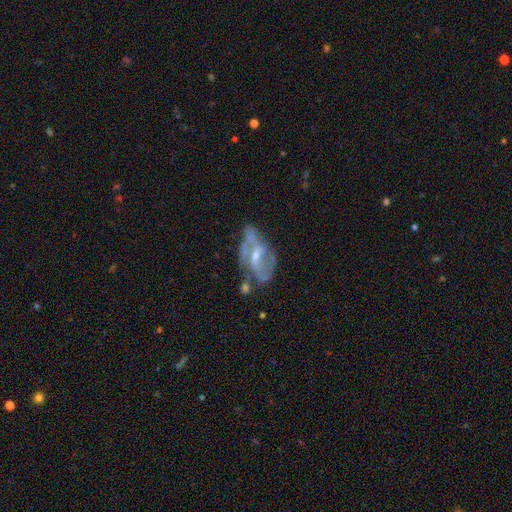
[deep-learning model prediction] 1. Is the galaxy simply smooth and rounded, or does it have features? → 76% featured or disk, 15% smooth, 8% star or artifact.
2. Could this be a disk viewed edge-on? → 94% no, 6% yes.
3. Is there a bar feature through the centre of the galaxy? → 45% weak, 34% no, 21% strong.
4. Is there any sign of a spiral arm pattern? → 73% yes, 27% no.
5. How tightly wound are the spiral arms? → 45% medium, 29% loose, 27% tight.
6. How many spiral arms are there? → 57% 2, 25% can't tell, 8% 3, 6% 1, 2% 4, 2% more than 4.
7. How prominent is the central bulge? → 51% small, 41% moderate, 5% none, 2% large, 1% dominant.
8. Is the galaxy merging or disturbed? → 45% none, 24% minor disturbance, 19% major disturbance, 12% merger.